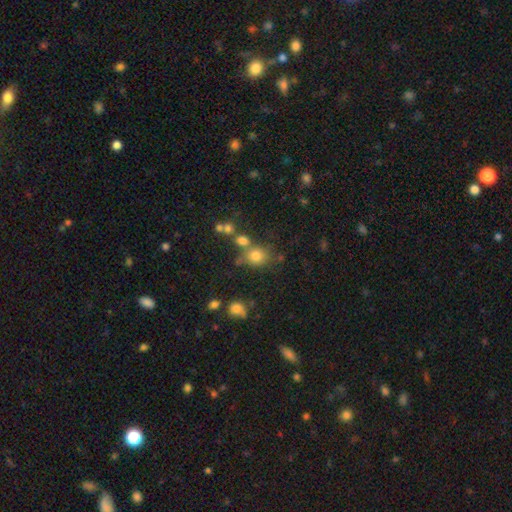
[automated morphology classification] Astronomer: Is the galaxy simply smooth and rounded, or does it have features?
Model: smooth — 75%.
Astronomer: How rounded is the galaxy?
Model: round — 74%.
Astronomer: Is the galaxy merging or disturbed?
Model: none — 58%.